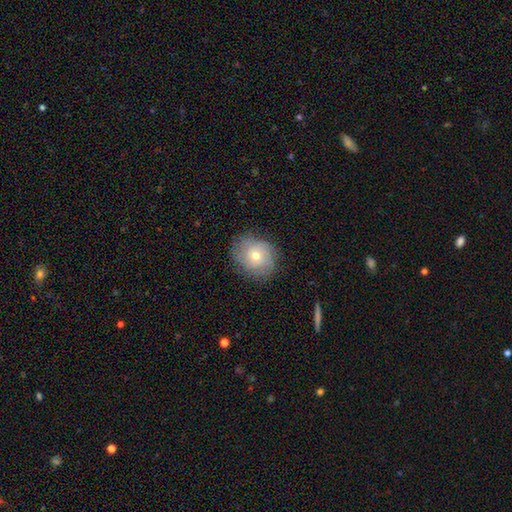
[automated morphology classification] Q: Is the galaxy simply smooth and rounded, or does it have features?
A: smooth — 54%.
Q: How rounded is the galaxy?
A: round — 75%.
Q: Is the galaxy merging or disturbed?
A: none — 76%.